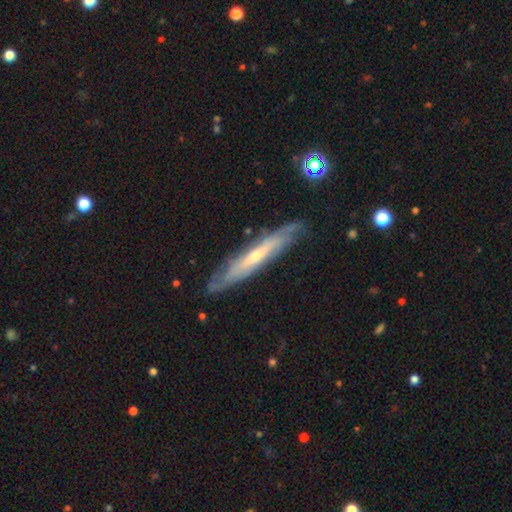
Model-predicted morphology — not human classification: Q: Smooth or featured?
A: featured or disk (72%); runner-up: smooth (22%)
Q: Edge-on disk?
A: yes (64%); runner-up: no (36%)
Q: Merging?
A: none (80%); runner-up: minor disturbance (15%)